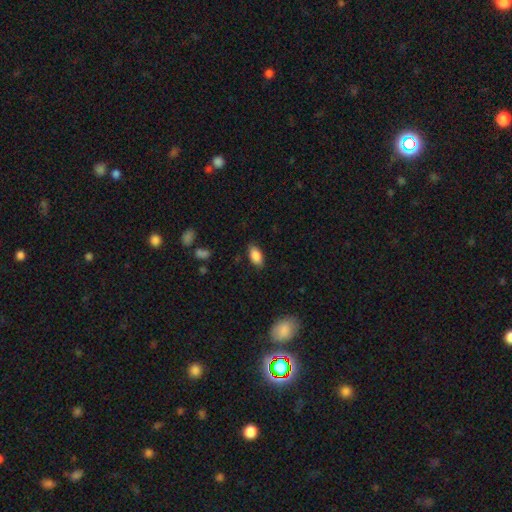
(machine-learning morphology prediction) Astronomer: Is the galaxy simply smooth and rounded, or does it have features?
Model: smooth — 86%.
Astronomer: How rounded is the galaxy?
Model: in between — 91%.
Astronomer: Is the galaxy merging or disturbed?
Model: none — 83%.